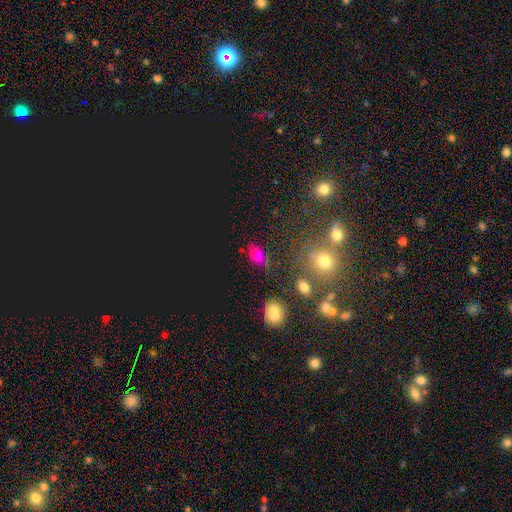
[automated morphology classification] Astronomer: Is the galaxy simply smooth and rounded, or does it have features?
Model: smooth — 54% (runner-up: star or artifact, 32%).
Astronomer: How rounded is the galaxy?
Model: in between — 74%.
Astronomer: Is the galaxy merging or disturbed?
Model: none — 61%.